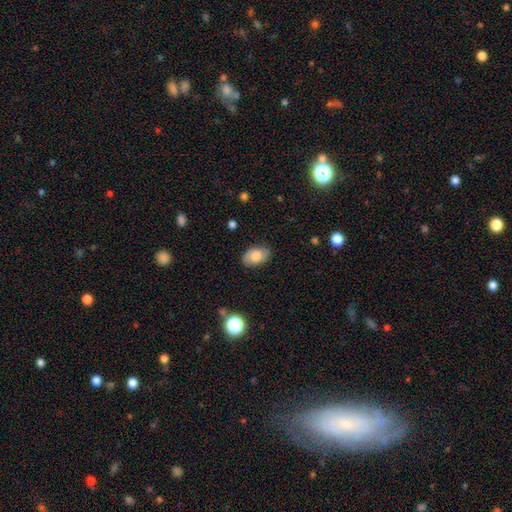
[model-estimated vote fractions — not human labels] Smooth or featured: smooth — 73% (featured or disk — 19%)
How rounded: in between — 90% (round — 9%)
Merging: none — 83% (minor disturbance — 13%)